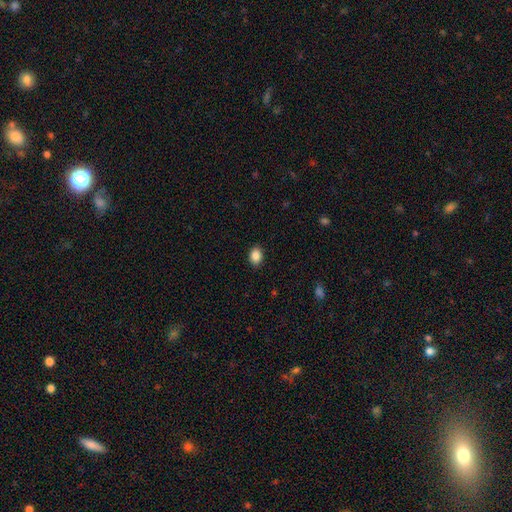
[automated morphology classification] Smooth or featured?
  - smooth: 87% *
  - star or artifact: 8%
  - featured or disk: 4%
How rounded?
  - in between: 69% *
  - round: 30%
  - cigar-shaped: 1%
Merging?
  - none: 89% *
  - minor disturbance: 8%
  - major disturbance: 2%
  - merger: 1%